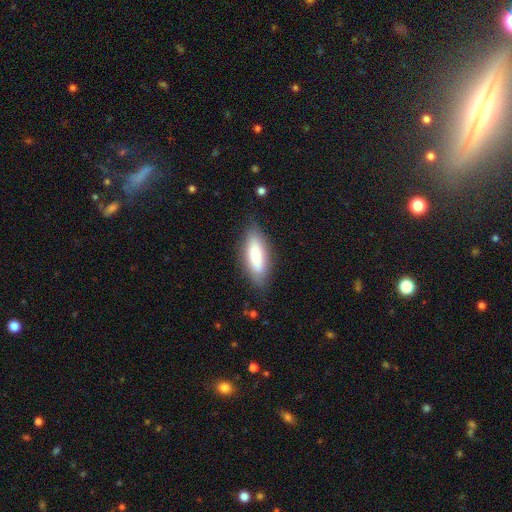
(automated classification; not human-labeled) This is likely a smooth galaxy (77%). How rounded: likely in between (66%). Merging: likely none (77%).